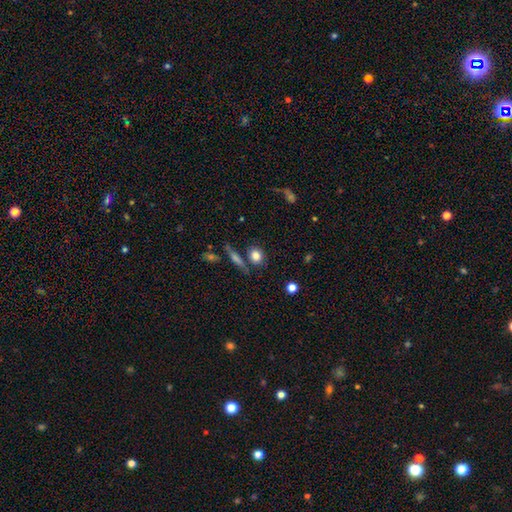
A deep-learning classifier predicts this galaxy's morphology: smooth-or-featured: smooth: 83% | star or artifact: 10% | featured or disk: 7%
  how-rounded: round: 64% | in between: 32% | cigar-shaped: 4%
  merging: none: 74% | minor disturbance: 12% | merger: 10% | major disturbance: 4%